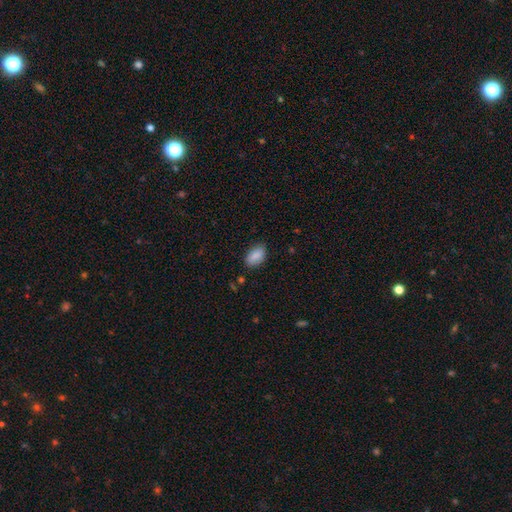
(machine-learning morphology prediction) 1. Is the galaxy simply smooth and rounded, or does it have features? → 87% smooth, 7% star or artifact, 6% featured or disk.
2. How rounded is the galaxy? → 91% in between, 7% round, 2% cigar-shaped.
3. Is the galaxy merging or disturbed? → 80% none, 16% minor disturbance, 3% major disturbance, 1% merger.